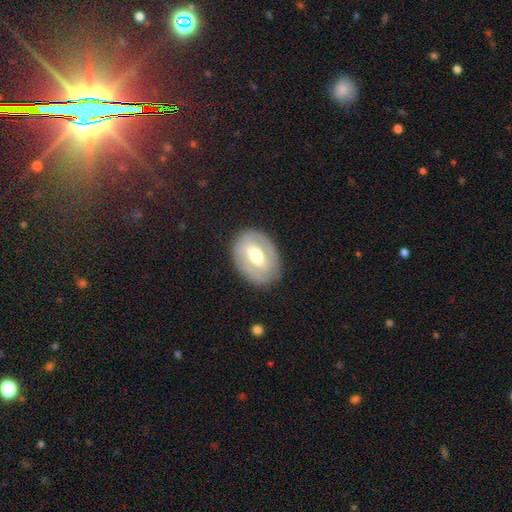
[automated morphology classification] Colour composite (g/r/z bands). It shows a featured or disk galaxy (68%) with a weak bar (43%), spiral arms (61%) and a moderate central bulge (69%). Merging: none (84%).